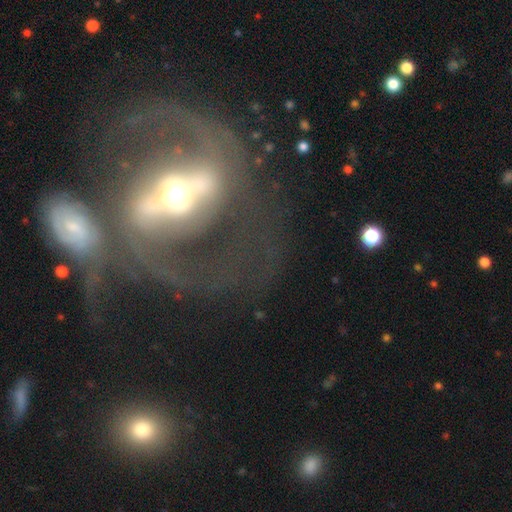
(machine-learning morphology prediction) Smooth or featured?
  - featured or disk: 84% *
  - smooth: 9%
  - star or artifact: 7%
Edge-on disk?
  - no: 94% *
  - yes: 6%
Bar?
  - strong: 58% *
  - weak: 26%
  - no: 16%
Spiral arms?
  - yes: 81% *
  - no: 19%
Spiral winding?
  - medium: 50% *
  - loose: 30%
  - tight: 20%
Spiral arm count?
  - 2: 87% *
  - can't tell: 6%
  - 1: 3%
  - 3: 2%
  - 4: 1%
  - more than 4: 1%
Bulge size?
  - moderate: 58% *
  - small: 24%
  - large: 14%
  - dominant: 3%
  - none: 2%
Merging?
  - none: 46% *
  - merger: 27%
  - major disturbance: 15%
  - minor disturbance: 12%